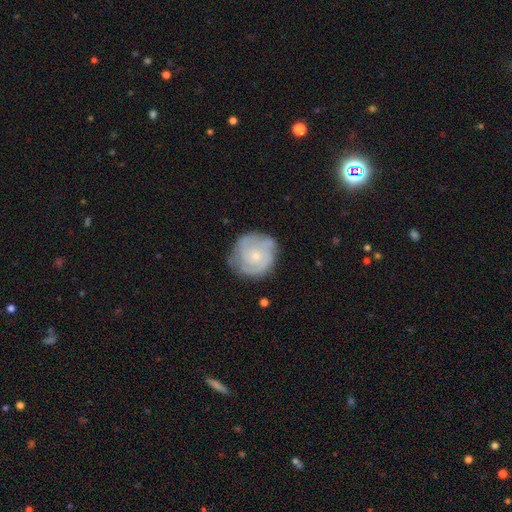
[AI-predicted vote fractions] Smooth or featured? featured or disk (75%)
Edge-on disk? no (98%)
Bar? no (76%)
Spiral arms? yes (92%)
Spiral winding? tight (62%)
Spiral arm count? 2 (38%)
Bulge size? small (67%)
Merging? none (72%)